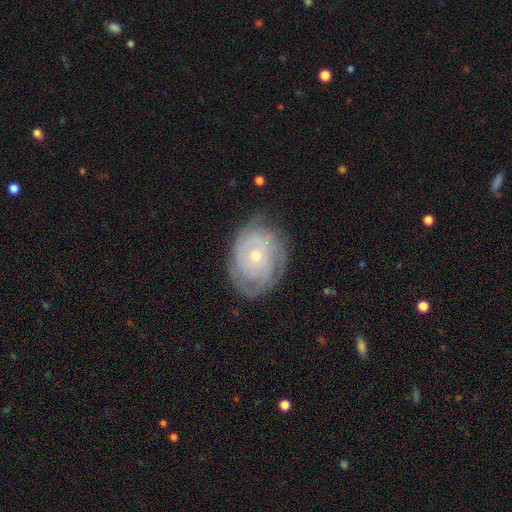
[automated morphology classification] This appears to be a featured or disk galaxy (69%) with no bar (84%), tight (73%) spiral arms (82%) and a small central bulge (67%). Merging: none (70%).